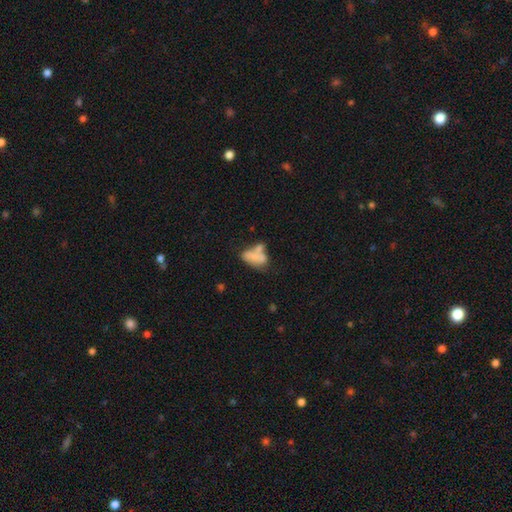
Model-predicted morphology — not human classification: Smooth or featured: smooth — 62% (featured or disk — 28%)
How rounded: in between — 87% (round — 7%)
Merging: merger — 45% (none — 25%)